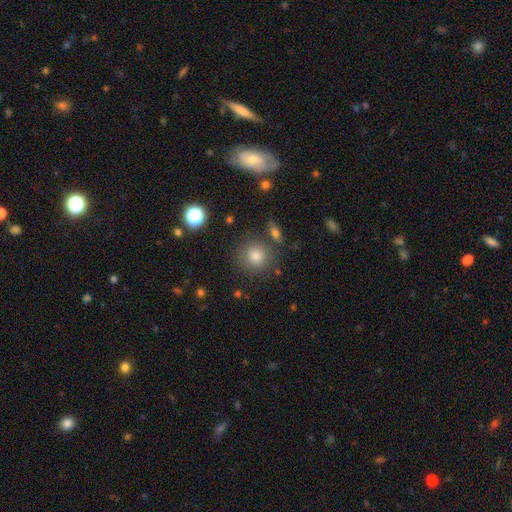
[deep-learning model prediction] The model was most divided on "smooth or featured": smooth: 74%, star or artifact: 17%, featured or disk: 9%. More confident: how rounded — round (90%); merging — none (81%).